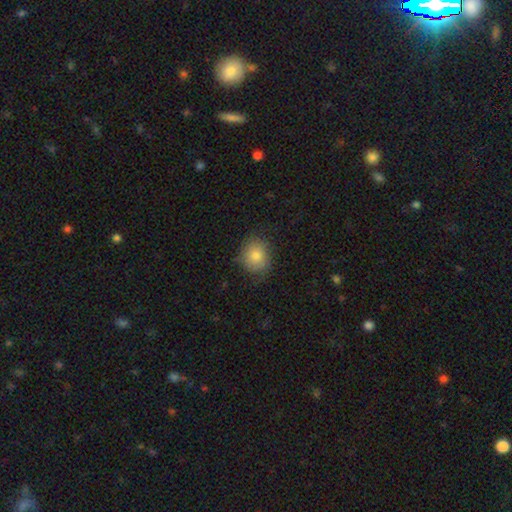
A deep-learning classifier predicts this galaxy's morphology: A smooth galaxy with no disk features (80%) that is round (74%). Merging: none (72%).